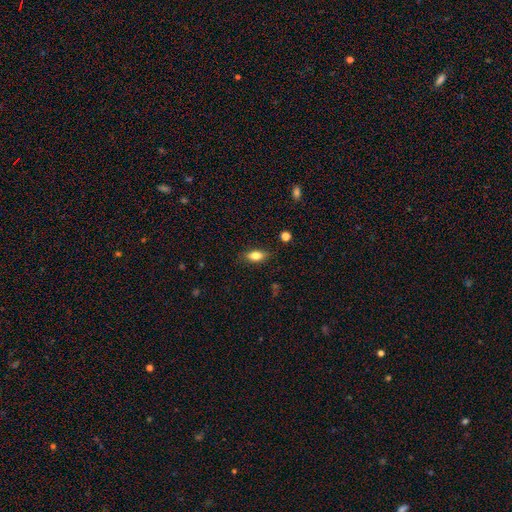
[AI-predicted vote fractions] This appears to be a smooth galaxy with no disk features (81%) that is in between round and cigar-shaped (84%). Merging: none (84%).